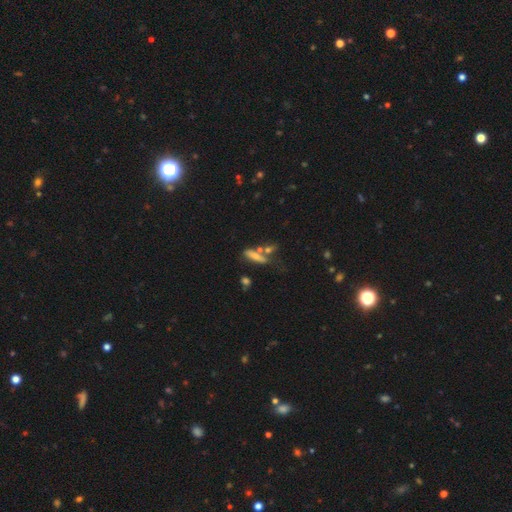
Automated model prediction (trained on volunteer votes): Morphology: type=smooth (60%); roundness=cigar-shaped (60%); merging=none (45%).